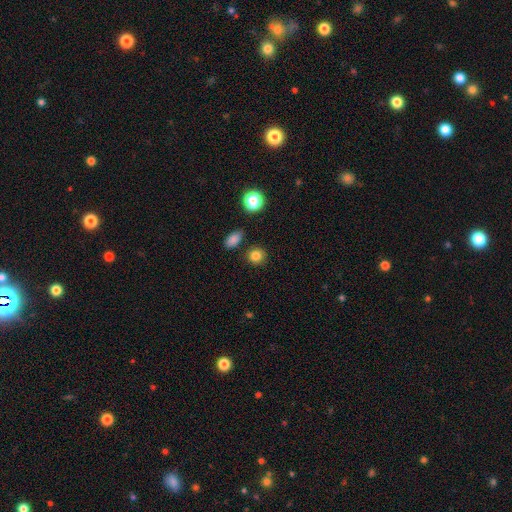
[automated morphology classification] A smooth galaxy with no disk features (82%) that is round (86%).

Vote fractions:
- Smooth or featured? smooth: 82% / star or artifact: 12% / featured or disk: 5%
- How rounded? round: 86% / in between: 13% / cigar-shaped: 1%
- Merging? none: 85% / minor disturbance: 8% / merger: 4% / major disturbance: 3%